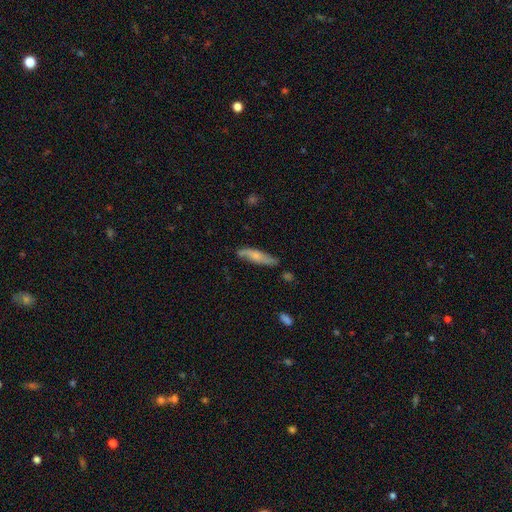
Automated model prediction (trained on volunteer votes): Smooth or featured?
  - smooth: 52% *
  - featured or disk: 41%
  - star or artifact: 6%
How rounded?
  - cigar-shaped: 72% *
  - in between: 25%
  - round: 2%
Merging?
  - none: 71% *
  - minor disturbance: 21%
  - major disturbance: 4%
  - merger: 3%